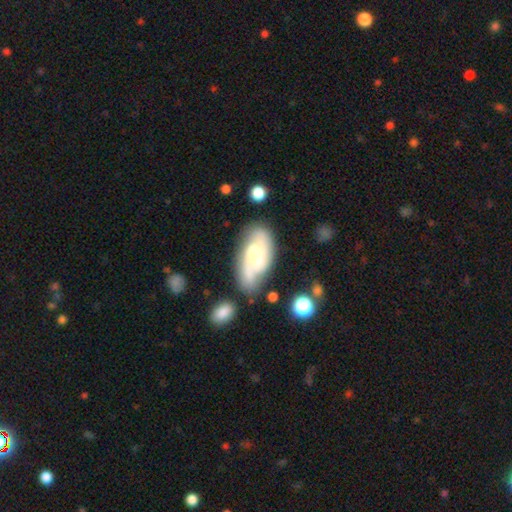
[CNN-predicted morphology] smooth_or_featured: featured or disk (p=0.59) [alt: smooth p=0.34]
disk_edge_on: no (p=0.93) [alt: yes p=0.07]
bar: weak (p=0.46) [alt: no p=0.40]
has_spiral_arms: yes (p=0.81) [alt: no p=0.19]
bulge_size: moderate (p=0.51) [alt: small p=0.30]
merging: none (p=0.56) [alt: minor disturbance p=0.23]